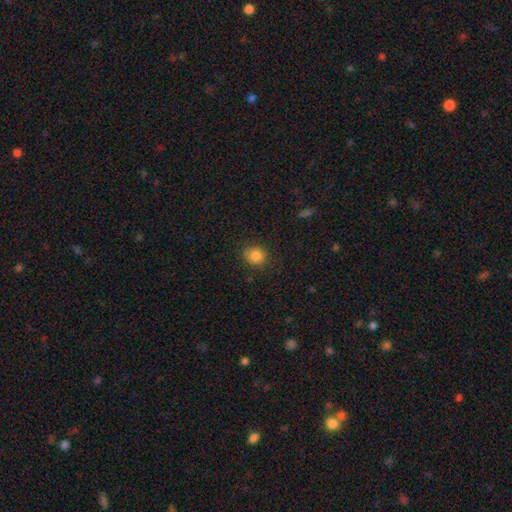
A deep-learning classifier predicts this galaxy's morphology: smooth_or_featured: smooth (p=0.85) [alt: star or artifact p=0.10]
how_rounded: round (p=0.79) [alt: in between p=0.20]
merging: none (p=0.83) [alt: minor disturbance p=0.13]